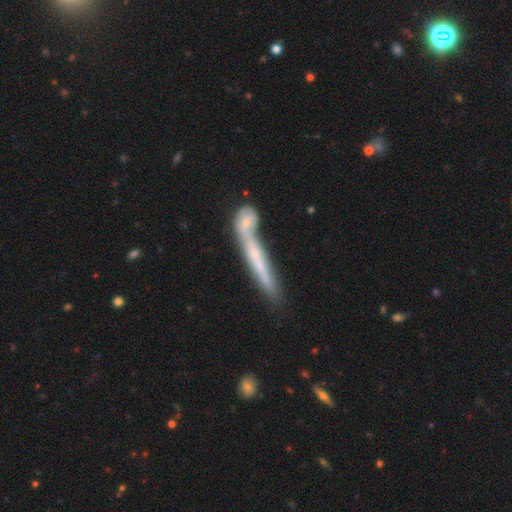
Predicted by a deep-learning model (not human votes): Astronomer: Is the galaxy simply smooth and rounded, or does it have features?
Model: featured or disk — 49% (runner-up: smooth, 42%).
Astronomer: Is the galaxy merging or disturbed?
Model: merger — 42% (runner-up: none, 40%).